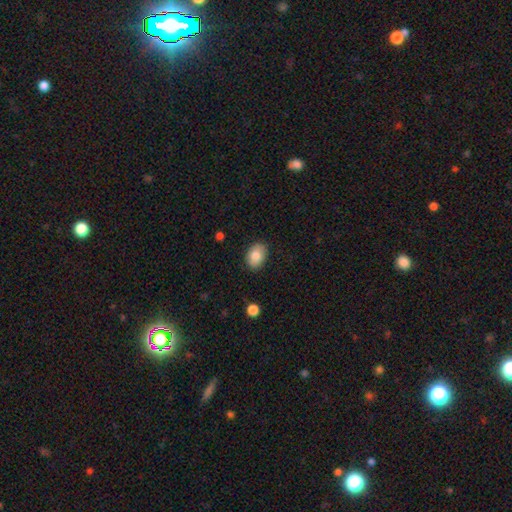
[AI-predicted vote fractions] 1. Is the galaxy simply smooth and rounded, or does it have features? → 83% smooth, 9% featured or disk, 7% star or artifact.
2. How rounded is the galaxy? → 77% in between, 22% round, 1% cigar-shaped.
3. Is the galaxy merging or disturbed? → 86% none, 10% minor disturbance, 2% major disturbance, 1% merger.